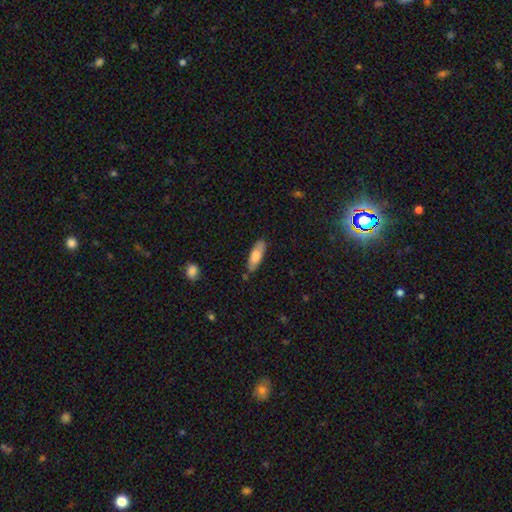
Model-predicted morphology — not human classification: The model was most divided on "how rounded": in between: 62%, cigar-shaped: 37%, round: 2%. More confident: merging — none (75%); smooth or featured — smooth (75%).